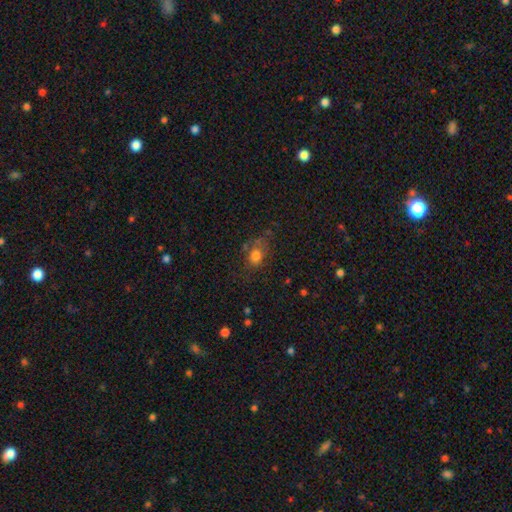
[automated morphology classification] smooth_or_featured: smooth (p=0.72) [alt: star or artifact p=0.14]
how_rounded: in between (p=0.49) [tied with: round p=0.49]
merging: none (p=0.57) [alt: minor disturbance p=0.24]